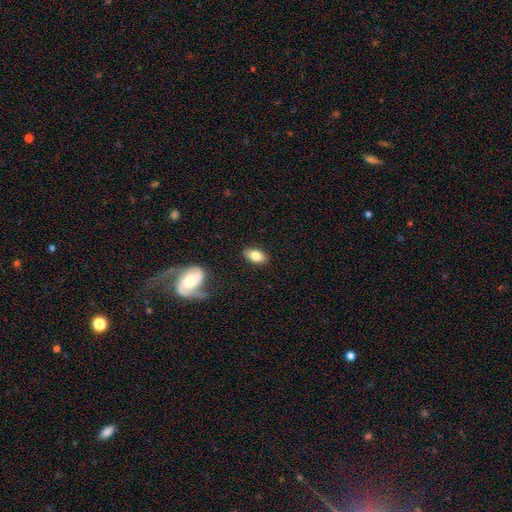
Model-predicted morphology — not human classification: A smooth galaxy with no disk features (78%) that is in between round and cigar-shaped (91%).

Vote fractions:
- Smooth or featured? smooth: 78% / featured or disk: 15% / star or artifact: 7%
- How rounded? in between: 91% / round: 6% / cigar-shaped: 3%
- Merging? none: 86% / minor disturbance: 9% / major disturbance: 3% / merger: 2%